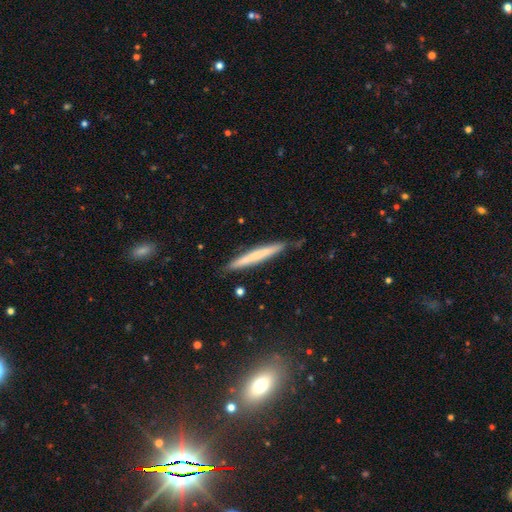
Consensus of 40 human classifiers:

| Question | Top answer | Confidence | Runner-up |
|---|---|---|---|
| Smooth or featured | smooth | 57% | featured or disk (32%) |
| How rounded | cigar-shaped | 96% | in between (4%) |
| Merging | none | 86% | minor disturbance (11%) |